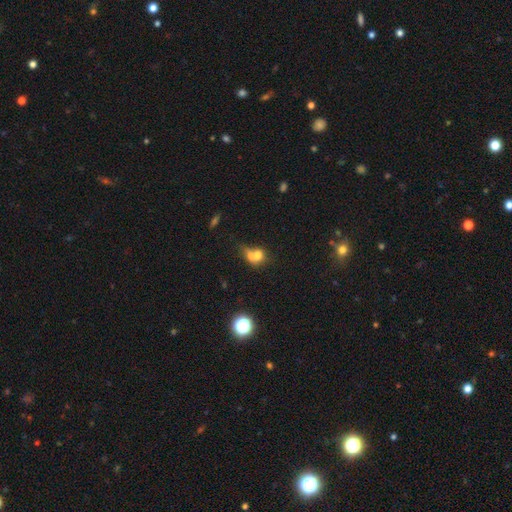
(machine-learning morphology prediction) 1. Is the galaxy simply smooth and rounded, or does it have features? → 66% smooth, 20% featured or disk, 13% star or artifact.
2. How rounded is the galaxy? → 60% round, 38% in between, 2% cigar-shaped.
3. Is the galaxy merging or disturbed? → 63% merger, 22% none, 8% minor disturbance, 6% major disturbance.